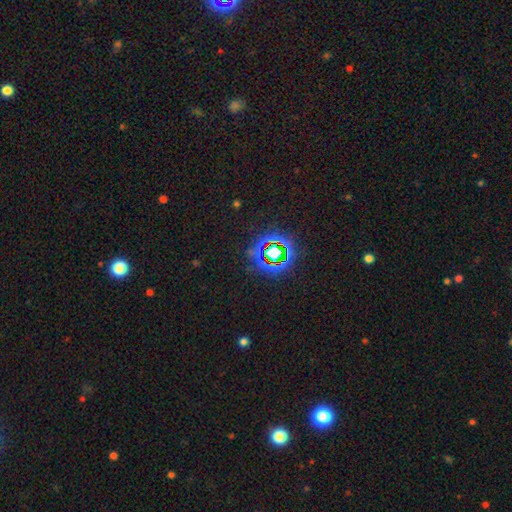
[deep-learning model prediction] Morphology: type=star or artifact (60%).